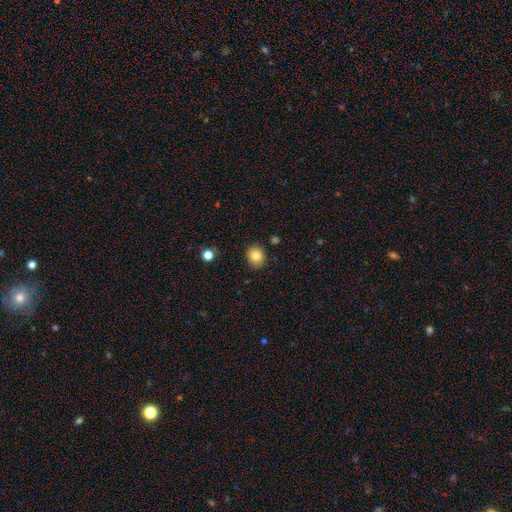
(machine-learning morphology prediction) This appears to be a smooth galaxy with no disk features (82%) that is round (68%). Merging: none (87%).